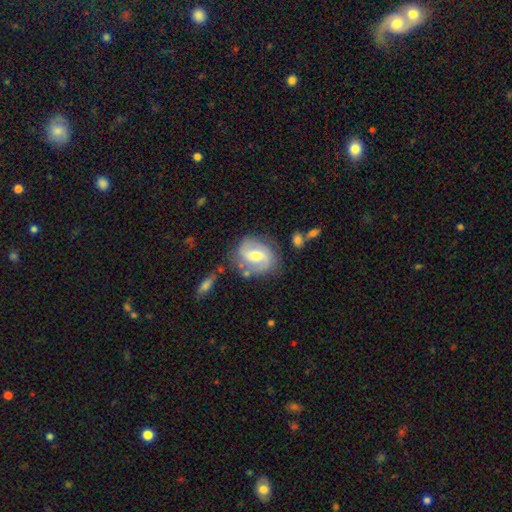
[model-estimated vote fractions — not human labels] A featured or disk galaxy (73%) with a weak bar (48%), 2 (86%) medium (47%) spiral arms (90%) and a moderate central bulge (64%). Merging: none (71%).